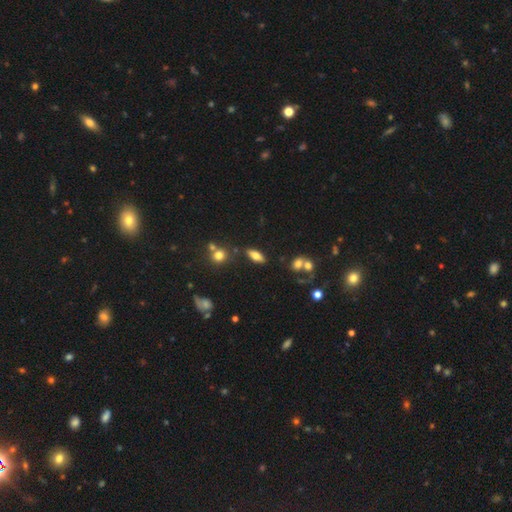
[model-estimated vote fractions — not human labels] smooth 66%, featured or disk 25%, star or artifact 10%. Down the decision tree: how rounded — in between (73%); merging — none (76%).